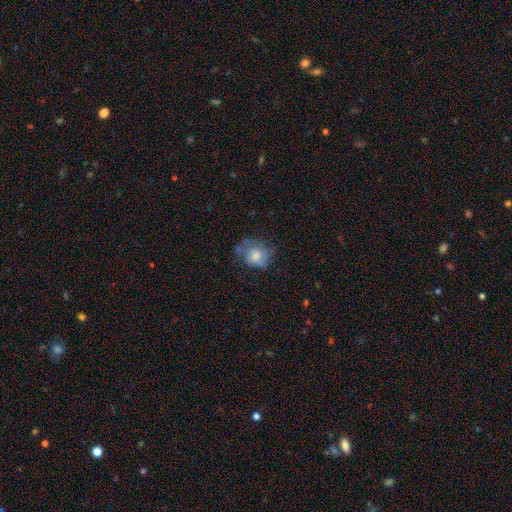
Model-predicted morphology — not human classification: smooth_or_featured: smooth (p=0.61) [alt: featured or disk p=0.30]
how_rounded: round (p=0.61) [alt: in between p=0.38]
merging: none (p=0.50) [alt: minor disturbance p=0.29]